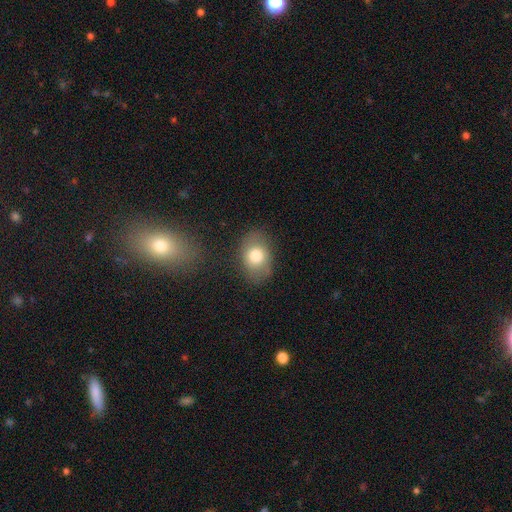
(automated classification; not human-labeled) Q: Smooth or featured?
A: smooth (77%); runner-up: featured or disk (15%)
Q: How rounded?
A: in between (71%); runner-up: round (28%)
Q: Merging?
A: none (78%); runner-up: minor disturbance (15%)